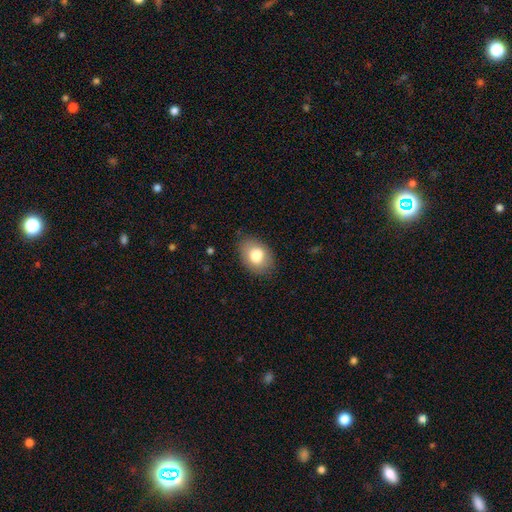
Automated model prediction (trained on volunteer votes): Smooth or featured? Predicted: smooth (p=0.80). How rounded? Predicted: in between (p=0.78). Merging? Predicted: none (p=0.81).